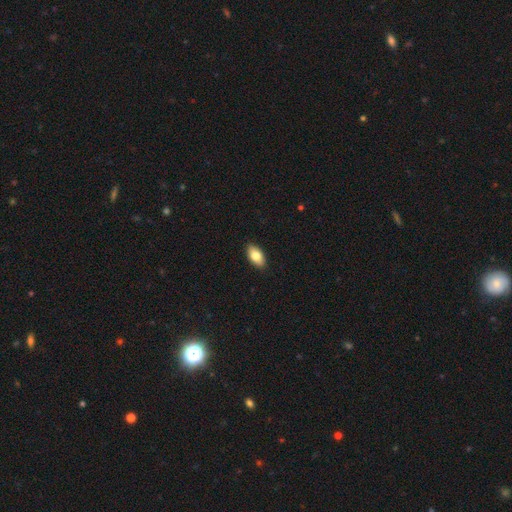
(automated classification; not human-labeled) smooth 81%, featured or disk 13%, star or artifact 6%. Down the decision tree: how rounded — in between (92%); merging — none (90%).